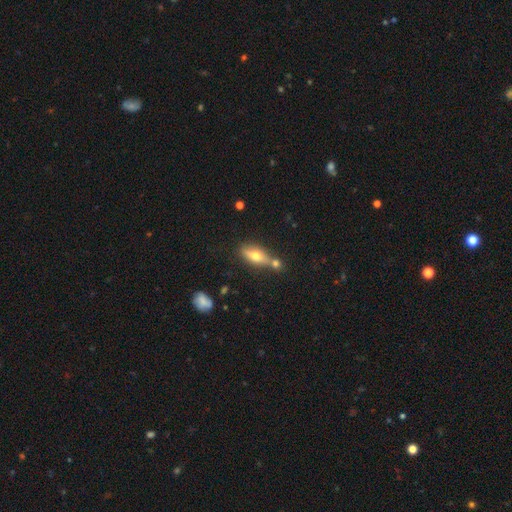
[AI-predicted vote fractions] Smooth or featured? Predicted: smooth (p=0.54). How rounded? Predicted: in between (p=0.61). Merging? Predicted: none (p=0.55).